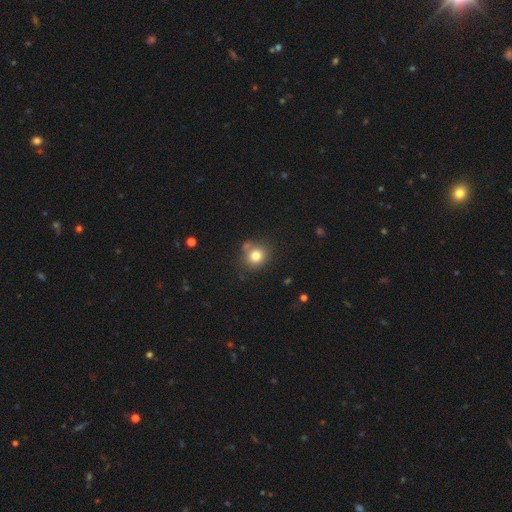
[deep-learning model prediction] smooth_or_featured: smooth (p=0.79) [alt: star or artifact p=0.12]
how_rounded: round (p=0.83) [alt: in between p=0.16]
merging: none (p=0.71) [alt: minor disturbance p=0.13]